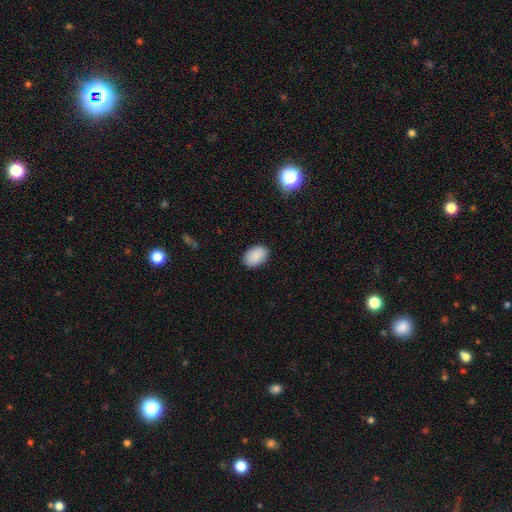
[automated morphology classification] A smooth galaxy with no disk features (89%) that is in between round and cigar-shaped (87%).

Vote fractions:
- Smooth or featured? smooth: 89% / star or artifact: 7% / featured or disk: 4%
- How rounded? in between: 87% / round: 12% / cigar-shaped: 1%
- Merging? none: 87% / minor disturbance: 10% / major disturbance: 2% / merger: 1%